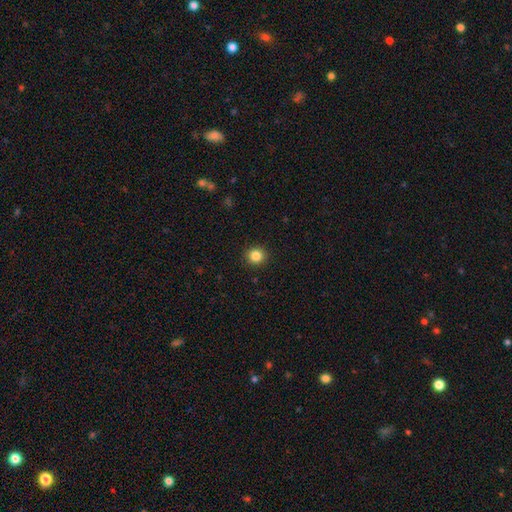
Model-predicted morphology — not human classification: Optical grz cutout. It shows a smooth galaxy with no disk features (85%) that is round (91%). Merging: none (92%).